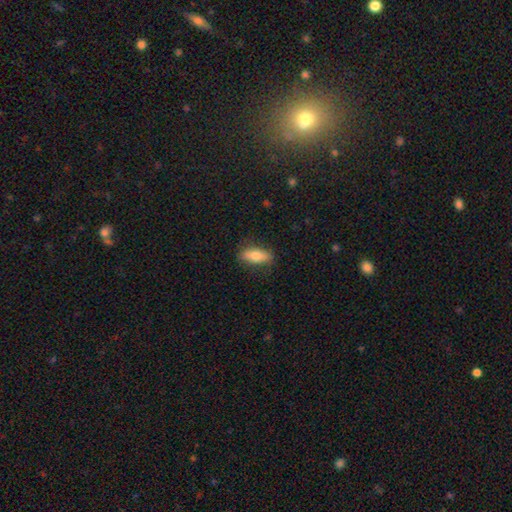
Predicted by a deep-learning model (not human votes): A smooth galaxy with no disk features (74%) that is in between round and cigar-shaped (71%). Merging: none (83%).